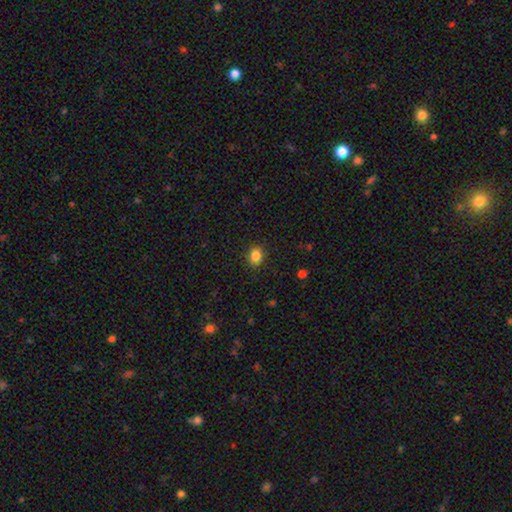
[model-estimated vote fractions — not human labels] A smooth galaxy with no disk features (86%) that is round (52%). Merging: none (88%).